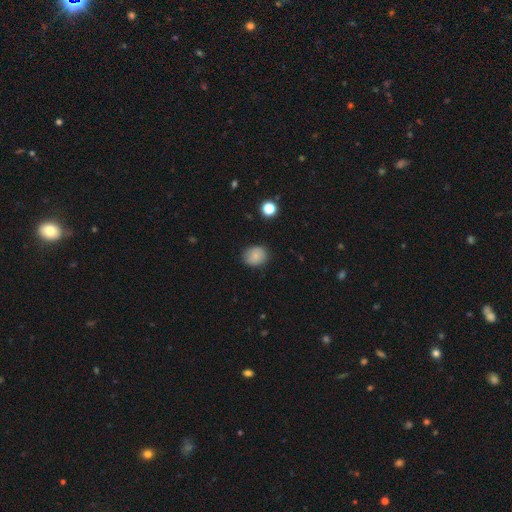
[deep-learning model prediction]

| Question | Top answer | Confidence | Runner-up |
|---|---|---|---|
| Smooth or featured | smooth | 84% | star or artifact (10%) |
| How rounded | round | 60% | in between (39%) |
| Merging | none | 83% | minor disturbance (13%) |